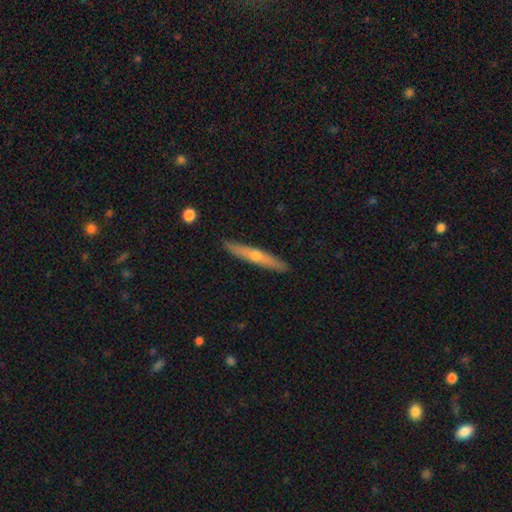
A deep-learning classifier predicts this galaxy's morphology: A featured or disk galaxy (50%).

Vote fractions:
- Smooth or featured? featured or disk: 50% / smooth: 44% / star or artifact: 6%
- Merging? none: 90% / minor disturbance: 7% / major disturbance: 1% / merger: 1%